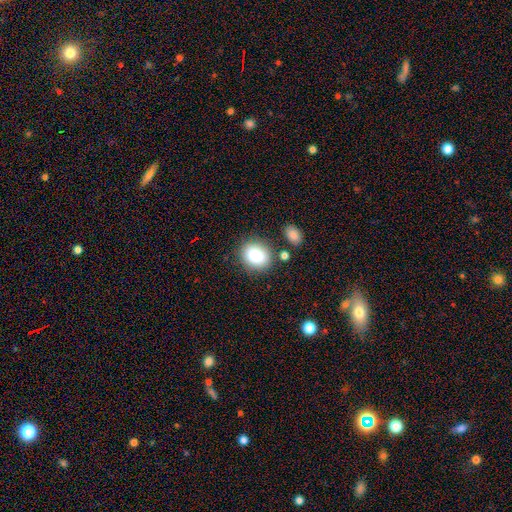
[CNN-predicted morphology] The model was most divided on "how rounded": round: 57%, in between: 42%, cigar-shaped: 1%. More confident: smooth or featured — smooth (85%); merging — none (77%).